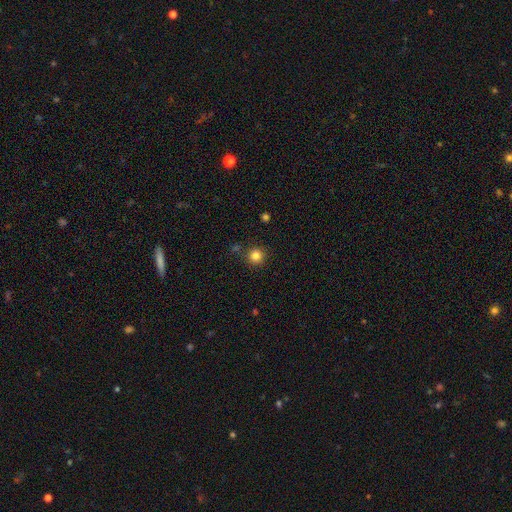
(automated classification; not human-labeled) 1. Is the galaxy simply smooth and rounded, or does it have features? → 83% smooth, 13% star or artifact, 5% featured or disk.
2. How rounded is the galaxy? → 95% round, 4% in between, 1% cigar-shaped.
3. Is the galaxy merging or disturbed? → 87% none, 7% minor disturbance, 4% merger, 2% major disturbance.